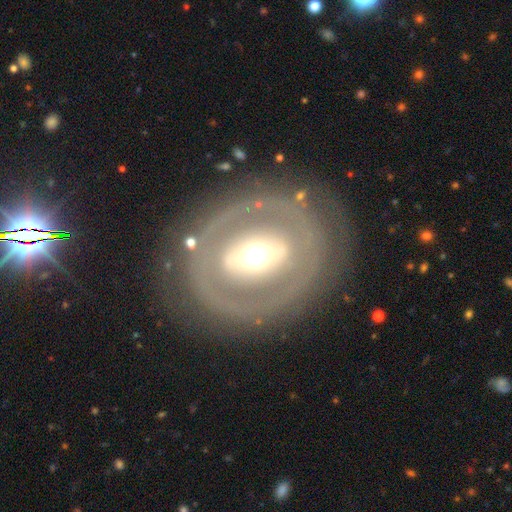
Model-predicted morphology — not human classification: smooth-or-featured: featured or disk: 70% | smooth: 24% | star or artifact: 6%
  disk-edge-on: no: 93% | yes: 7%
    bar: no: 44% | strong: 32% | weak: 24%
    has-spiral-arms: no: 74% | yes: 26%
    bulge-size: moderate: 58% | large: 26% | small: 11% | dominant: 4% | none: 1%
  merging: none: 78% | minor disturbance: 12% | major disturbance: 8% | merger: 2%